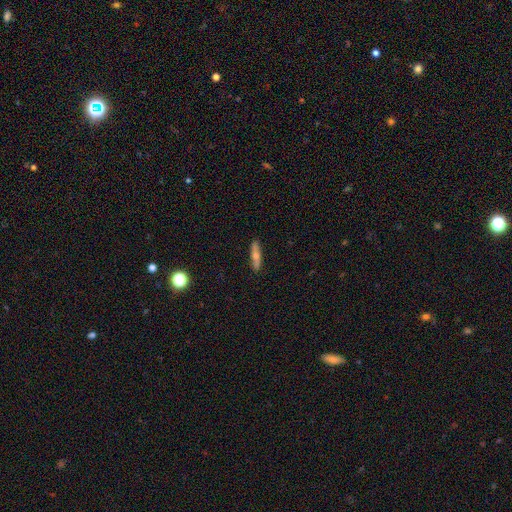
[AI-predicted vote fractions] smooth_or_featured: featured or disk (p=0.51) [alt: smooth p=0.39]
disk_edge_on: yes (p=0.79) [alt: no p=0.21]
merging: none (p=0.87) [alt: minor disturbance p=0.09]